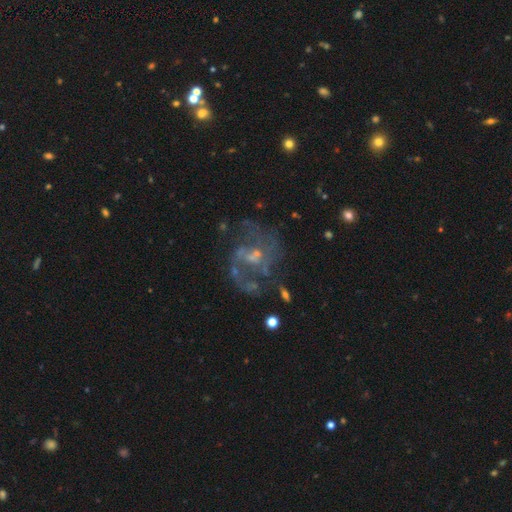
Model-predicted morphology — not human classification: type=featured or disk (78%); edge-on=no (98%); bar=no (53%); spiral arms=yes (81%); winding=medium (47%); arm count=2 (57%); bulge=small (53%); merging=none (56%).